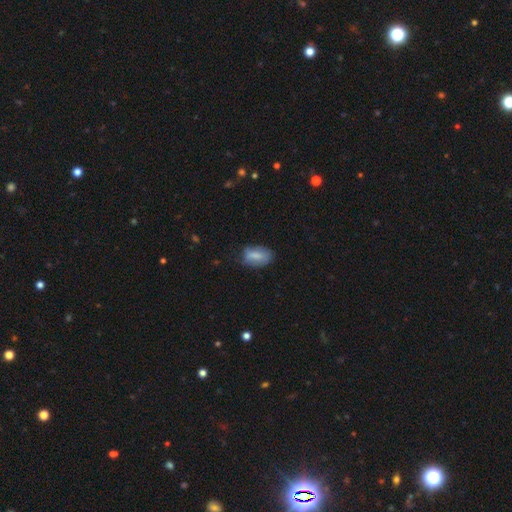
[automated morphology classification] smooth_or_featured: smooth (p=0.76) [alt: featured or disk p=0.16]
how_rounded: in between (p=0.89) [alt: round p=0.06]
merging: none (p=0.63) [alt: minor disturbance p=0.27]